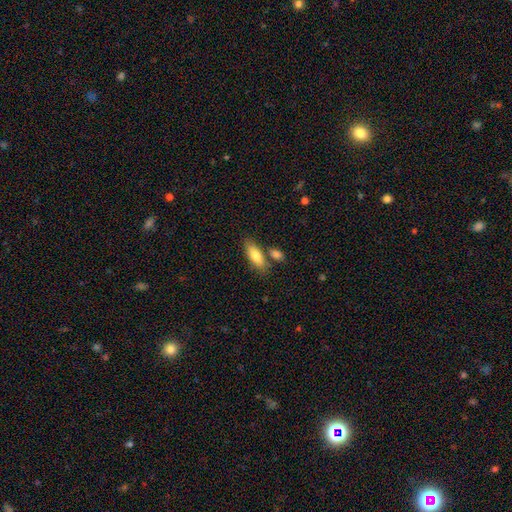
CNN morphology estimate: The model was most divided on "how rounded": in between: 72%, cigar-shaped: 26%, round: 3%. More confident: smooth or featured — smooth (80%); merging — none (69%).